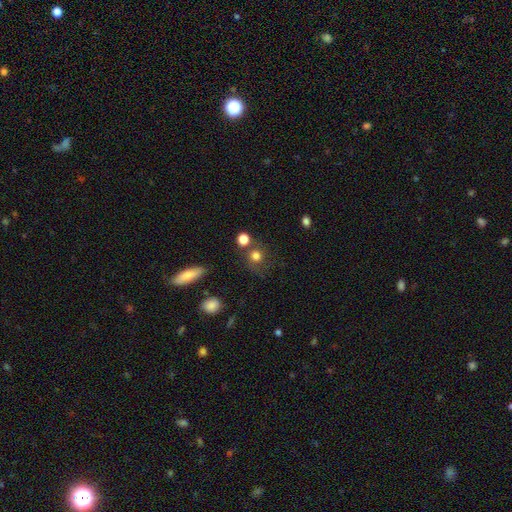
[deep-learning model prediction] Q: Smooth or featured?
A: smooth (77%); runner-up: star or artifact (14%)
Q: How rounded?
A: round (86%); runner-up: in between (13%)
Q: Merging?
A: none (65%); runner-up: minor disturbance (14%)